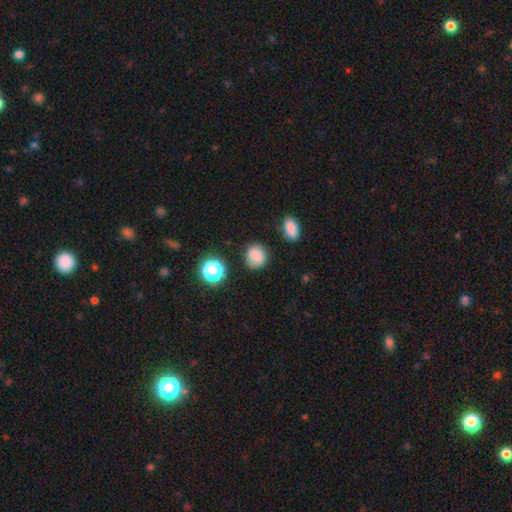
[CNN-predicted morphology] A smooth galaxy with no disk features (83%) that is round (61%).

Vote fractions:
- Smooth or featured? smooth: 83% / star or artifact: 11% / featured or disk: 5%
- How rounded? round: 61% / in between: 38% / cigar-shaped: 1%
- Merging? none: 77% / minor disturbance: 16% / major disturbance: 4% / merger: 3%